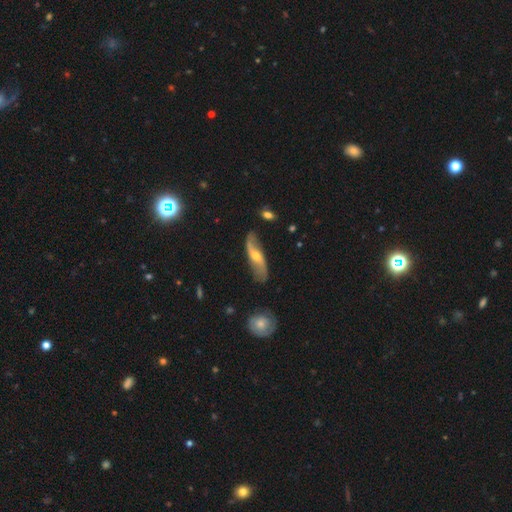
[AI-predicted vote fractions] Q: Smooth or featured?
A: featured or disk (76%); runner-up: smooth (18%)
Q: Edge-on disk?
A: no (82%); runner-up: yes (18%)
Q: Bar?
A: no (53%); runner-up: weak (33%)
Q: Spiral arms?
A: yes (91%); runner-up: no (9%)
Q: Spiral winding?
A: loose (78%); runner-up: medium (16%)
Q: Spiral arm count?
A: 2 (89%); runner-up: can't tell (5%)
Q: Bulge size?
A: moderate (54%); runner-up: small (41%)
Q: Merging?
A: none (69%); runner-up: minor disturbance (21%)